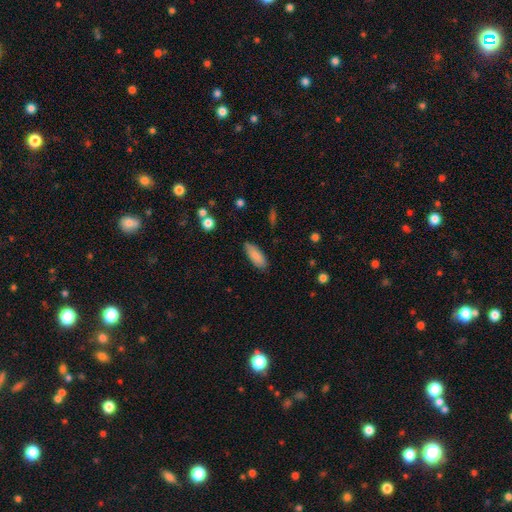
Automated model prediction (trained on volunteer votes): Q: Smooth or featured?
A: smooth (87%); runner-up: featured or disk (7%)
Q: How rounded?
A: in between (72%); runner-up: cigar-shaped (26%)
Q: Merging?
A: none (83%); runner-up: minor disturbance (13%)